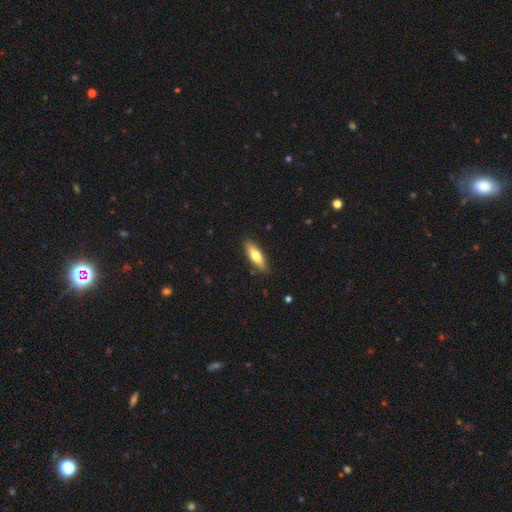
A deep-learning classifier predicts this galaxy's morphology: type=smooth (63%); roundness=cigar-shaped (52%); merging=none (87%).